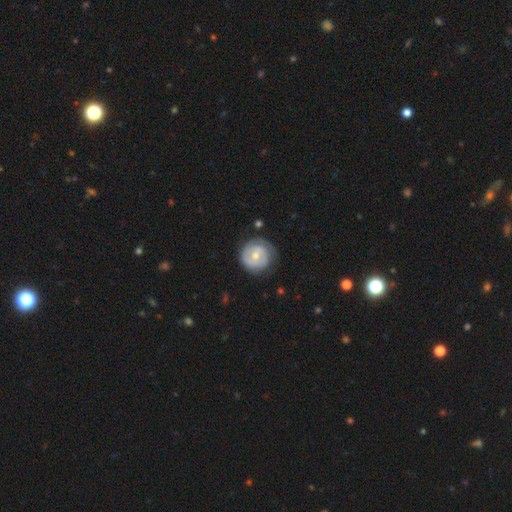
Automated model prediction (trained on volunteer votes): Smooth or featured: featured or disk — 53% (smooth — 42%)
Edge-on disk: no — 97% (yes — 3%)
Bar: no — 56% (weak — 36%)
Spiral arms: yes — 61% (no — 39%)
Bulge size: moderate — 60% (small — 35%)
Merging: none — 71% (minor disturbance — 20%)